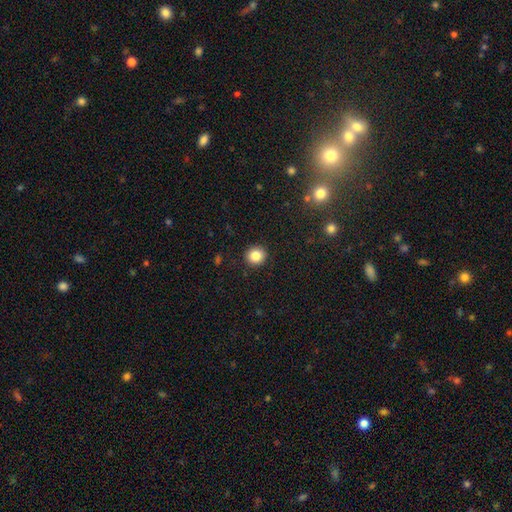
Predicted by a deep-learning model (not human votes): Overall: smooth (84%). How rounded: round (90%). Merging: none (92%).